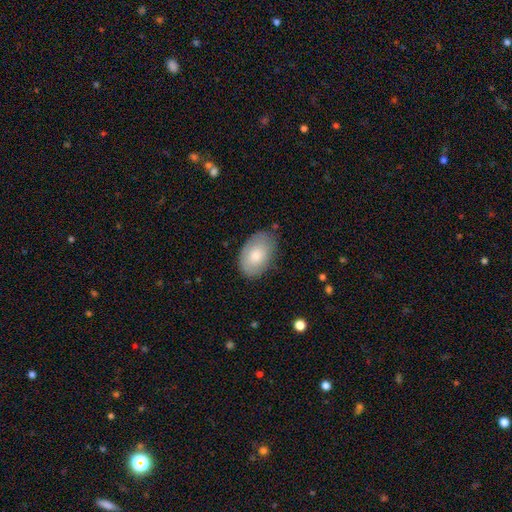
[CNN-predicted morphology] smooth 77%, featured or disk 17%, star or artifact 6%. Down the decision tree: how rounded — in between (91%); merging — none (75%).